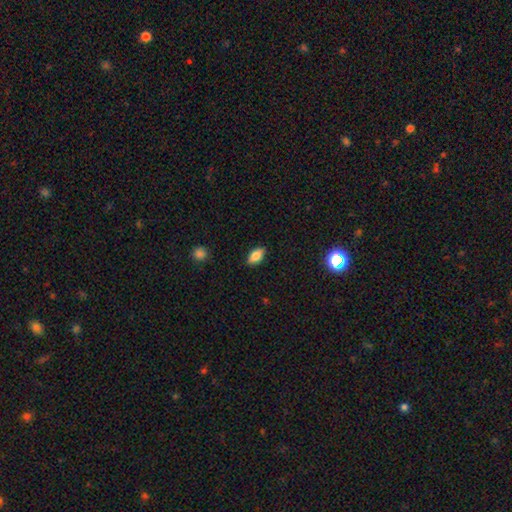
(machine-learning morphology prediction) type=smooth (82%); roundness=in between (91%); merging=none (88%).